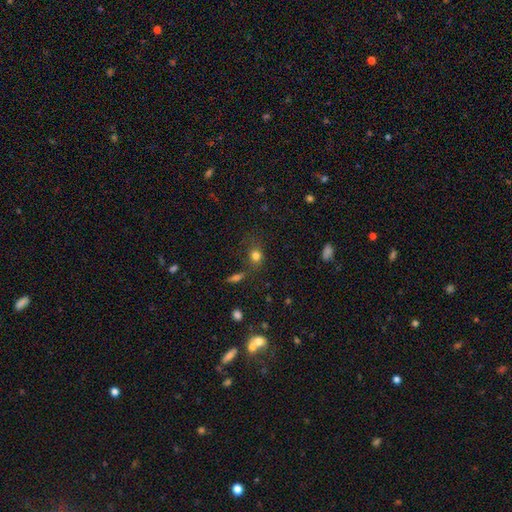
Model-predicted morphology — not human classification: A smooth galaxy with no disk features (79%) that is round (61%). Merging: none (69%).